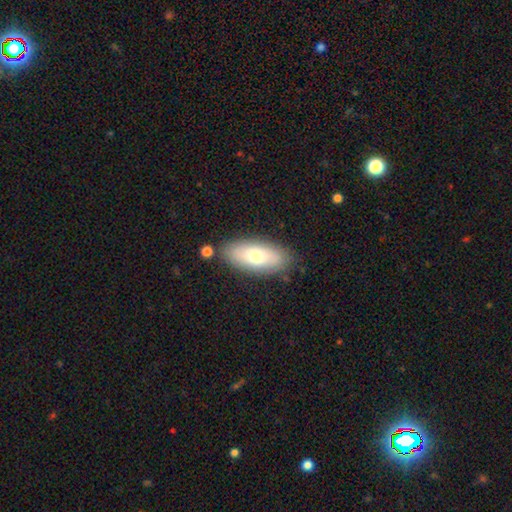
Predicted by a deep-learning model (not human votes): Smooth or featured? Predicted: smooth (p=0.69). How rounded? Predicted: in between (p=0.82). Merging? Predicted: none (p=0.82).